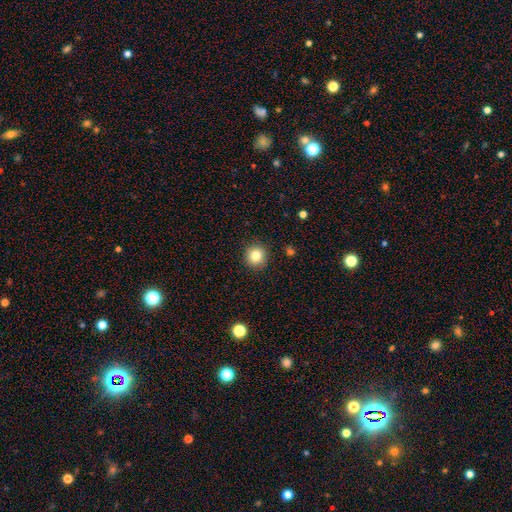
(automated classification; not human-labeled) Q: Smooth or featured?
A: smooth (83%); runner-up: star or artifact (10%)
Q: How rounded?
A: round (93%); runner-up: in between (6%)
Q: Merging?
A: none (91%); runner-up: minor disturbance (6%)